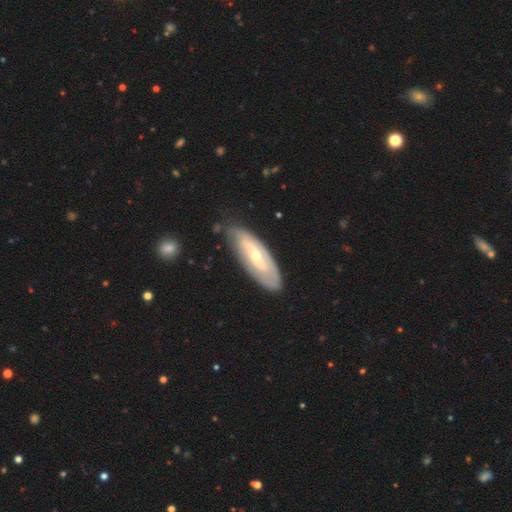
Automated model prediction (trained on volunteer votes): Smooth or featured?
  - featured or disk: 68% *
  - smooth: 27%
  - star or artifact: 5%
Edge-on disk?
  - no: 85% *
  - yes: 15%
Bar?
  - weak: 45% *
  - no: 39%
  - strong: 16%
Spiral arms?
  - yes: 79% *
  - no: 21%
Bulge size?
  - small: 49% *
  - moderate: 46%
  - large: 2%
  - none: 1%
  - dominant: 1%
Merging?
  - none: 77% *
  - minor disturbance: 17%
  - major disturbance: 4%
  - merger: 2%